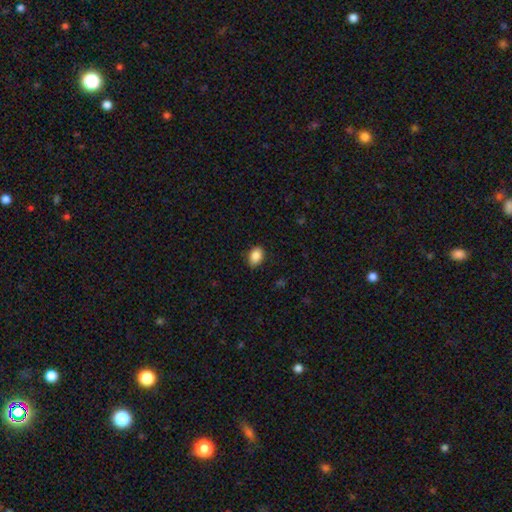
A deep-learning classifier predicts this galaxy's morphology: The model was most divided on "how rounded": in between: 77%, round: 22%, cigar-shaped: 1%. More confident: smooth or featured — smooth (88%); merging — none (84%).